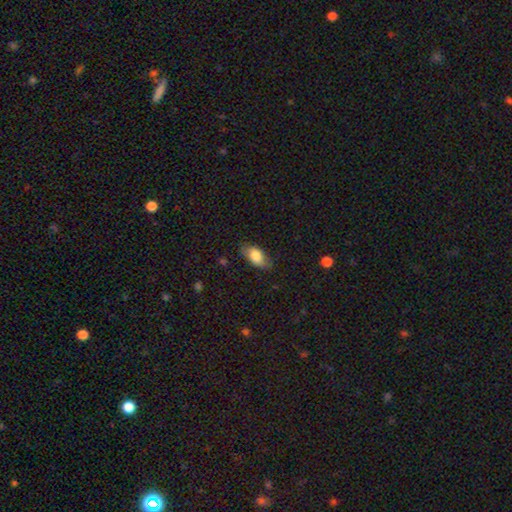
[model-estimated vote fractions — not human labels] A smooth galaxy with no disk features (77%) that is in between round and cigar-shaped (90%).

Vote fractions:
- Smooth or featured? smooth: 77% / featured or disk: 17% / star or artifact: 7%
- How rounded? in between: 90% / cigar-shaped: 6% / round: 4%
- Merging? none: 78% / minor disturbance: 17% / major disturbance: 4% / merger: 1%